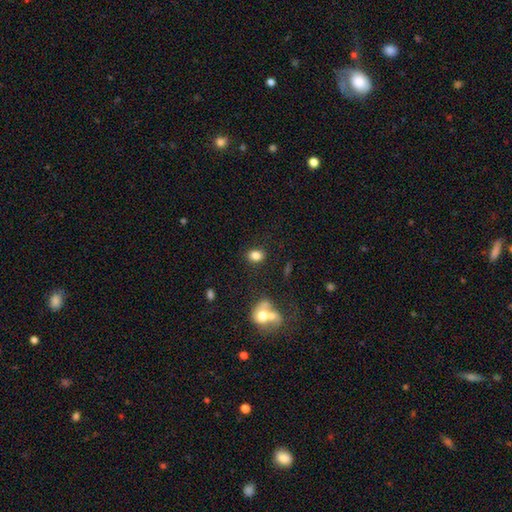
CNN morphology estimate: smooth 82%, star or artifact 10%, featured or disk 7%. Down the decision tree: how rounded — in between (58%); merging — none (79%).